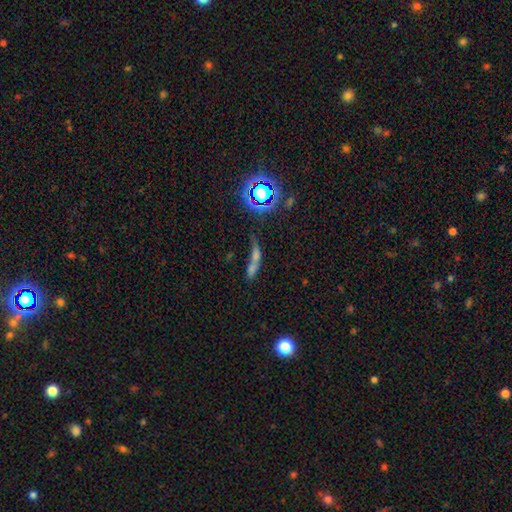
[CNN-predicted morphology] The model was most divided on "smooth or featured": smooth: 42%, star or artifact: 30%, featured or disk: 28%. Remaining: merging — merger (47%).